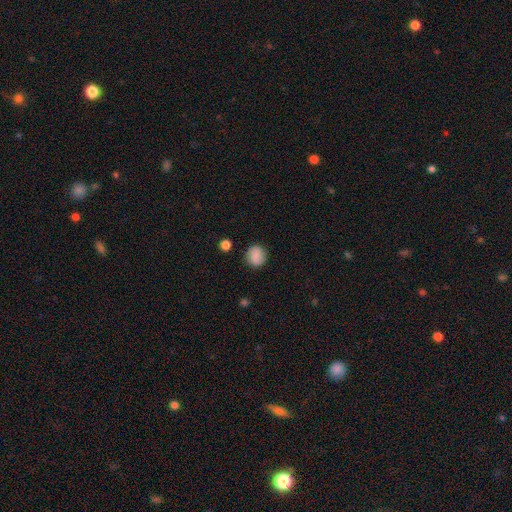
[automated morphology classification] smooth_or_featured: smooth (p=0.85) [alt: star or artifact p=0.09]
how_rounded: round (p=0.82) [alt: in between p=0.17]
merging: none (p=0.84) [alt: minor disturbance p=0.11]